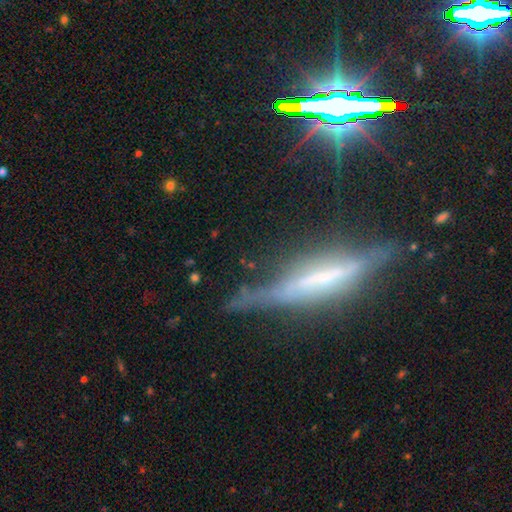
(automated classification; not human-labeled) The model was most divided on "edge-on bulge": boxy: 42%, none: 32%, rounded: 26%. More confident: edge-on disk — yes (92%); smooth or featured — featured or disk (71%); merging — none (71%).